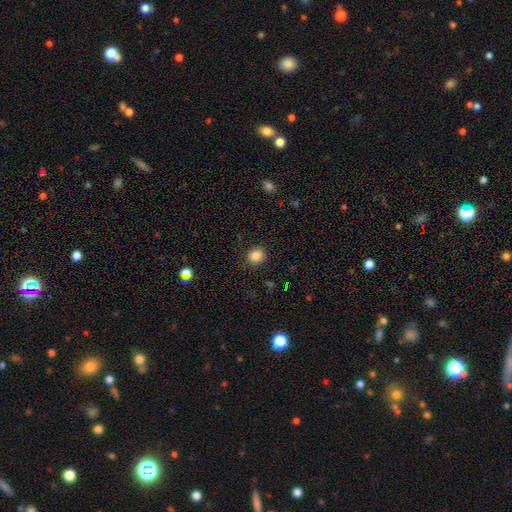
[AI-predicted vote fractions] Smooth or featured?
  - smooth: 85% *
  - star or artifact: 11%
  - featured or disk: 4%
How rounded?
  - round: 81% *
  - in between: 18%
  - cigar-shaped: 1%
Merging?
  - none: 89% *
  - minor disturbance: 7%
  - major disturbance: 3%
  - merger: 1%